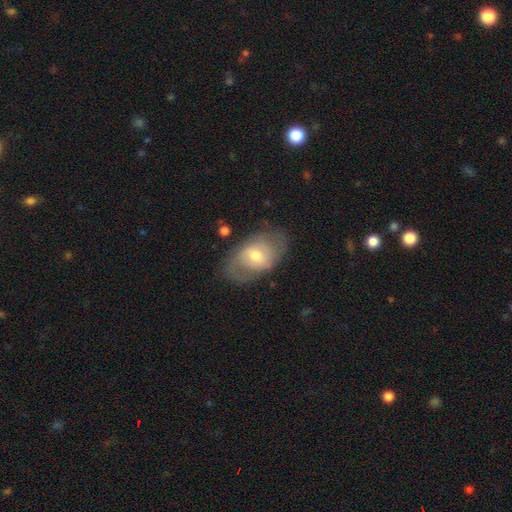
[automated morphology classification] type=featured or disk (58%); edge-on=no (93%); bar=no (47%); spiral arms=yes (70%); bulge=moderate (62%); merging=none (72%).